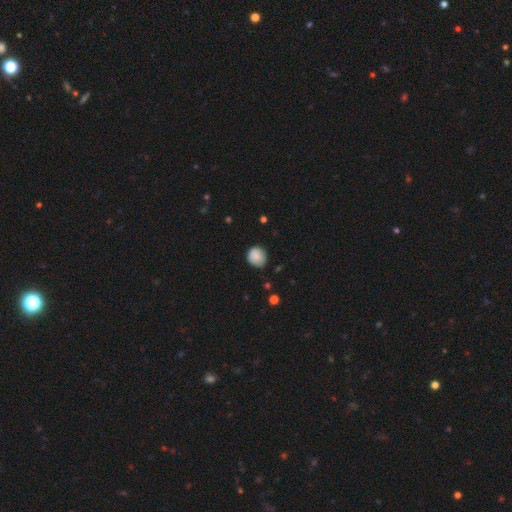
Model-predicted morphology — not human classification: Q: Smooth or featured?
A: smooth (87%); runner-up: star or artifact (8%)
Q: How rounded?
A: round (83%); runner-up: in between (16%)
Q: Merging?
A: none (72%); runner-up: minor disturbance (22%)